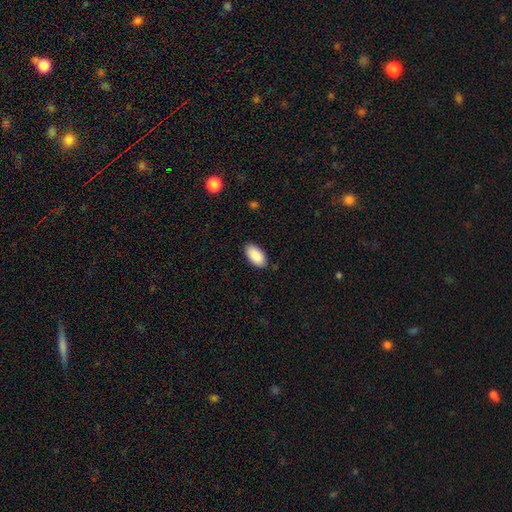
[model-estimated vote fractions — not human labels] Q: Smooth or featured?
A: smooth (90%); runner-up: star or artifact (6%)
Q: How rounded?
A: in between (95%); runner-up: cigar-shaped (3%)
Q: Merging?
A: none (85%); runner-up: minor disturbance (12%)